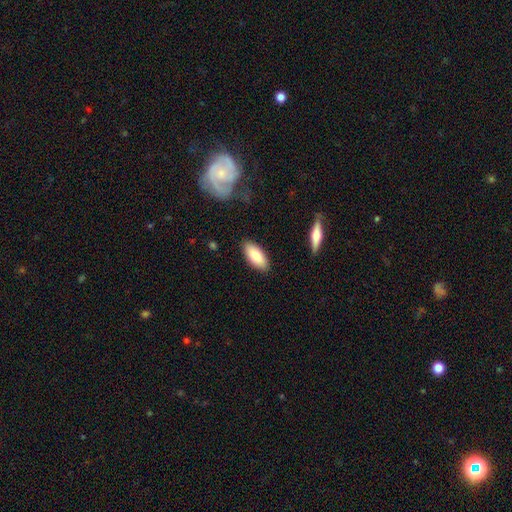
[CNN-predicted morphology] Smooth or featured?
  - smooth: 81% *
  - featured or disk: 12%
  - star or artifact: 6%
How rounded?
  - in between: 85% *
  - cigar-shaped: 13%
  - round: 2%
Merging?
  - none: 86% *
  - minor disturbance: 10%
  - major disturbance: 2%
  - merger: 2%